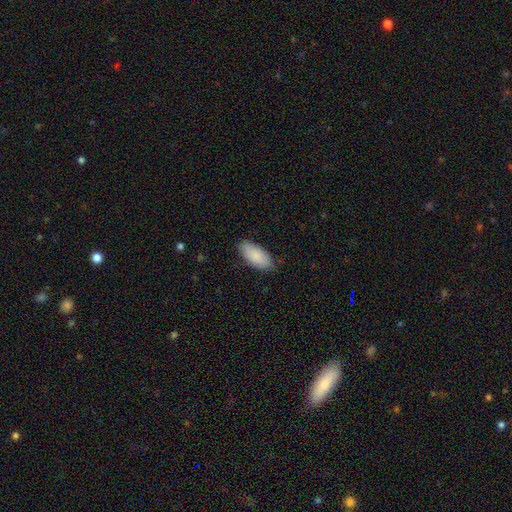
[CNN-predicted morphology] type=smooth (88%); roundness=in between (90%); merging=none (82%).